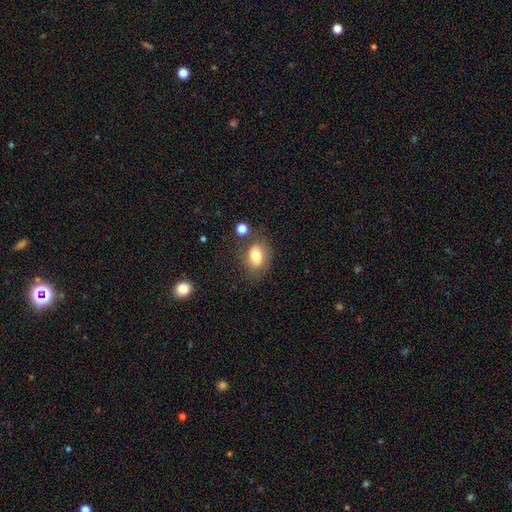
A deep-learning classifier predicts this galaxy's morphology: smooth-or-featured: smooth: 75% | featured or disk: 15% | star or artifact: 10%
  how-rounded: in between: 69% | round: 30% | cigar-shaped: 1%
  merging: none: 70% | minor disturbance: 17% | merger: 7% | major disturbance: 6%